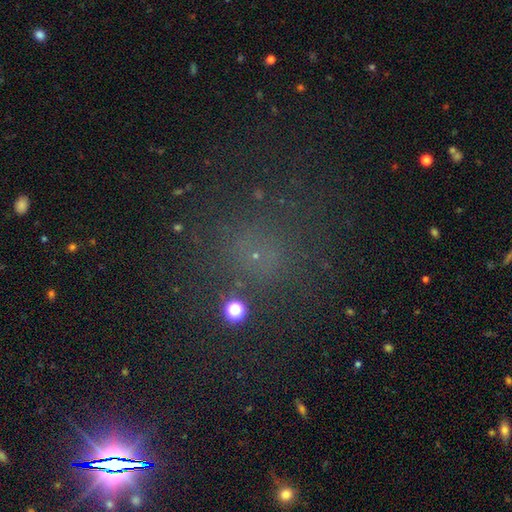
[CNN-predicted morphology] type=star or artifact (51%).